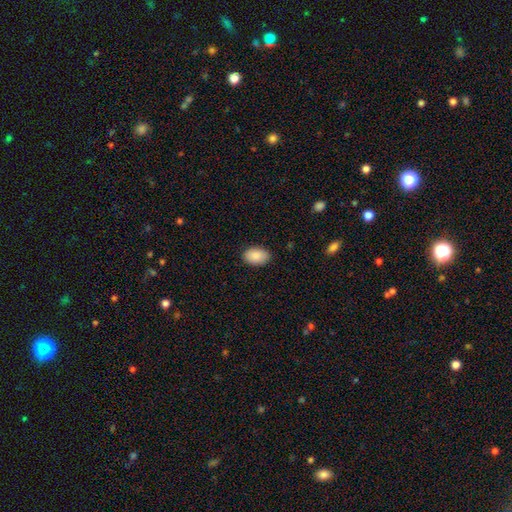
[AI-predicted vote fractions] A smooth galaxy with no disk features (90%) that is in between round and cigar-shaped (90%). Merging: none (88%).